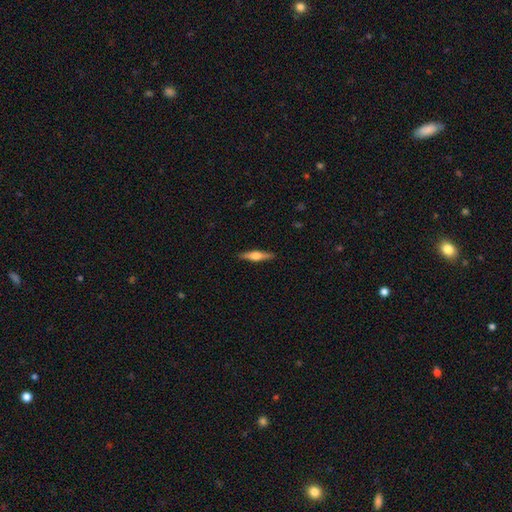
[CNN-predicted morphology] smooth-or-featured: featured or disk: 54% | smooth: 40% | star or artifact: 6%
  disk-edge-on: yes: 96% | no: 4%
    edge-on-bulge: rounded: 89% | boxy: 8% | none: 4%
  merging: none: 90% | minor disturbance: 8% | major disturbance: 2% | merger: 1%